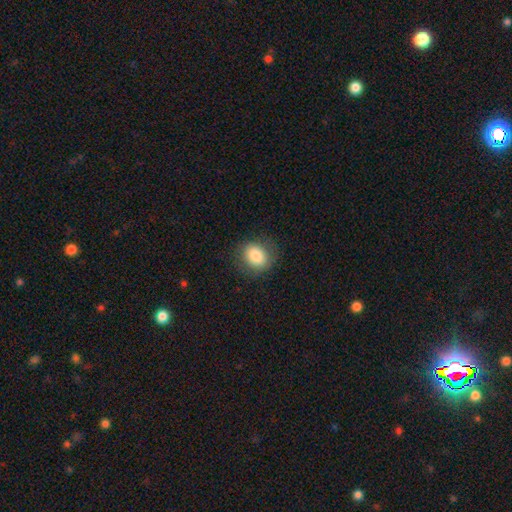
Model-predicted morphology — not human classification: A smooth galaxy with no disk features (83%) that is round (61%).

Vote fractions:
- Smooth or featured? smooth: 83% / star or artifact: 9% / featured or disk: 8%
- How rounded? round: 61% / in between: 38% / cigar-shaped: 1%
- Merging? none: 83% / minor disturbance: 12% / major disturbance: 4% / merger: 1%